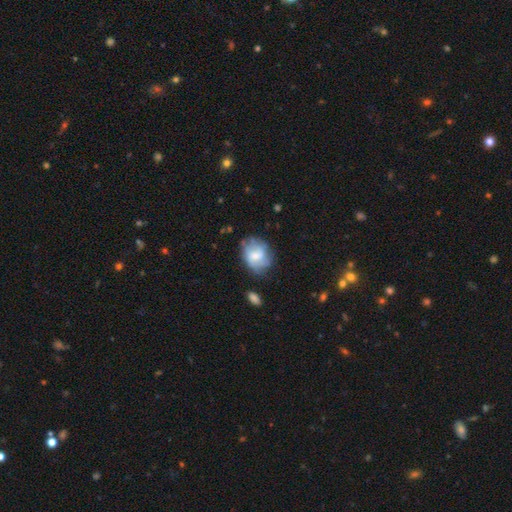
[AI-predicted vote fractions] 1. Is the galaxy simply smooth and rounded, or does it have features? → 53% smooth, 39% featured or disk, 8% star or artifact.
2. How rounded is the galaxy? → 51% round, 48% in between, 1% cigar-shaped.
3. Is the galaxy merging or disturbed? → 59% none, 26% minor disturbance, 12% major disturbance, 4% merger.